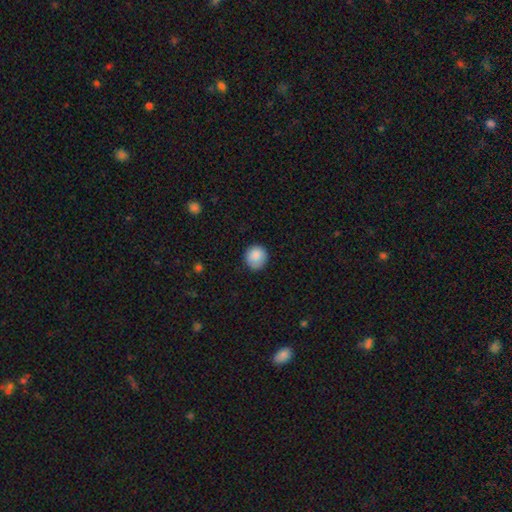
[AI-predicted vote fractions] Smooth or featured? Predicted: smooth (p=0.87). How rounded? Predicted: round (p=0.91). Merging? Predicted: none (p=0.82).